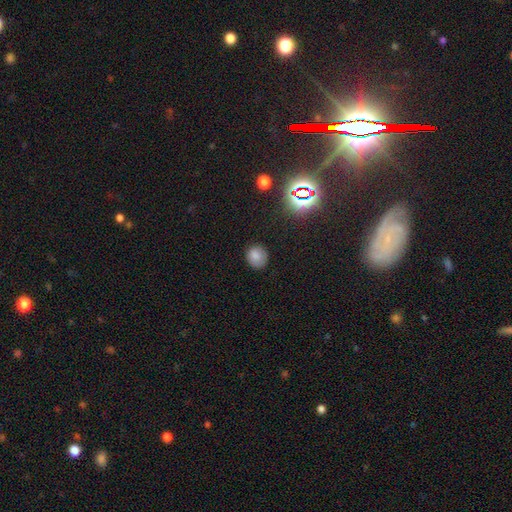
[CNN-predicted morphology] type=smooth (79%); roundness=round (76%); merging=none (81%).